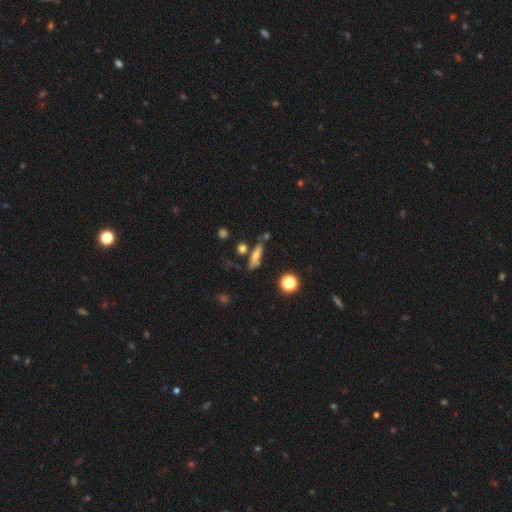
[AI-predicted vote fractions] Smooth or featured: smooth — 66% (featured or disk — 22%)
How rounded: cigar-shaped — 60% (in between — 34%)
Merging: none — 65% (minor disturbance — 18%)